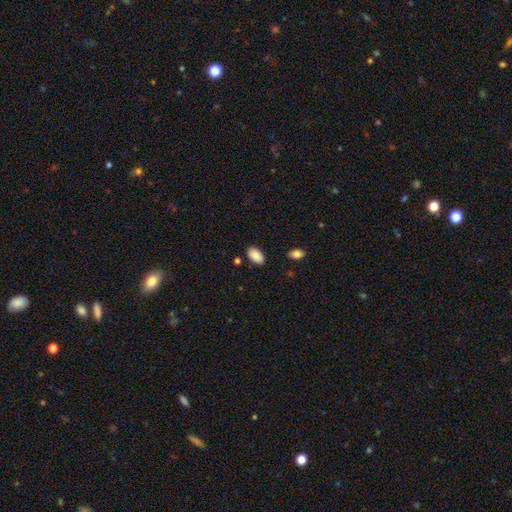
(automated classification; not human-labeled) Smooth or featured?
  - smooth: 89% *
  - star or artifact: 7%
  - featured or disk: 4%
How rounded?
  - in between: 94% *
  - round: 4%
  - cigar-shaped: 1%
Merging?
  - none: 85% *
  - minor disturbance: 10%
  - major disturbance: 2%
  - merger: 2%